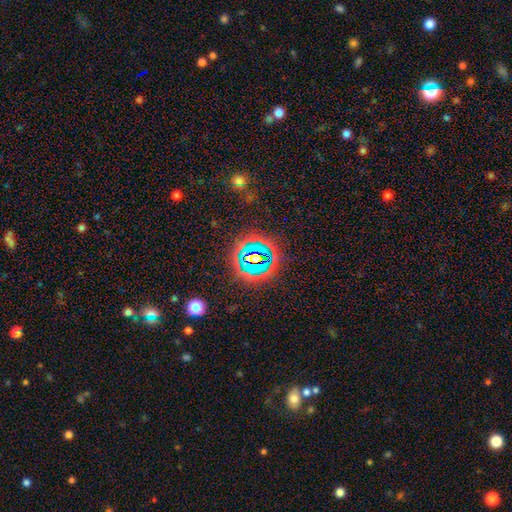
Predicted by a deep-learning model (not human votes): star or artifact 70%, smooth 17%, featured or disk 13%.